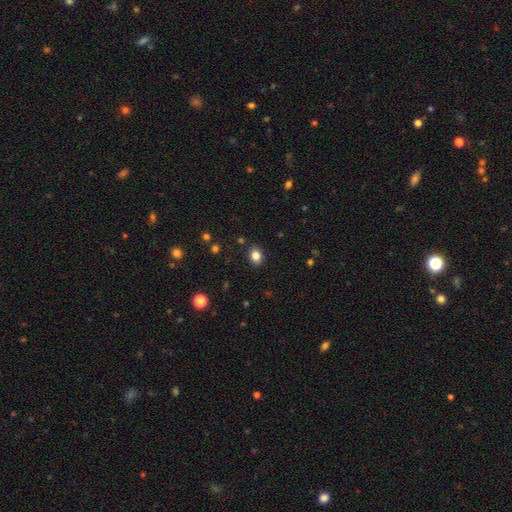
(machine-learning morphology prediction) smooth-or-featured: smooth: 83% | star or artifact: 11% | featured or disk: 6%
  how-rounded: in between: 56% | round: 43% | cigar-shaped: 1%
  merging: none: 88% | minor disturbance: 8% | major disturbance: 2% | merger: 1%